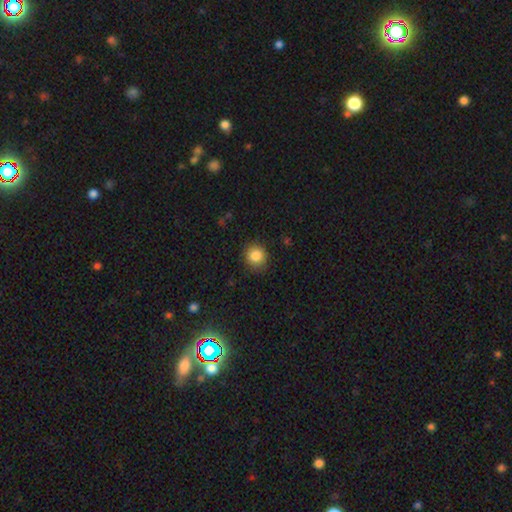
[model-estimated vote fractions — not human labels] smooth_or_featured: smooth (p=0.86) [alt: star or artifact p=0.10]
how_rounded: round (p=0.88) [alt: in between p=0.11]
merging: none (p=0.85) [alt: minor disturbance p=0.11]